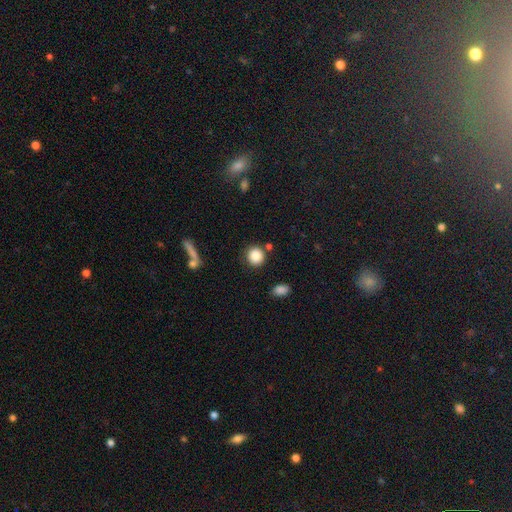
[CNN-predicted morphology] Smooth or featured? smooth (87%)
How rounded? round (89%)
Merging? none (82%)